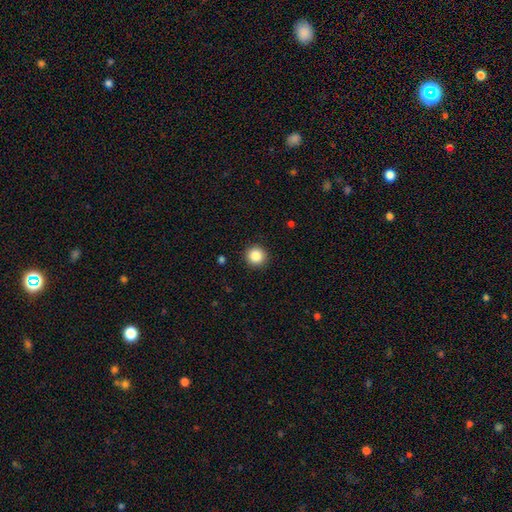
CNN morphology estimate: This appears to be a smooth galaxy with no disk features (86%) that is round (95%). Merging: none (91%).